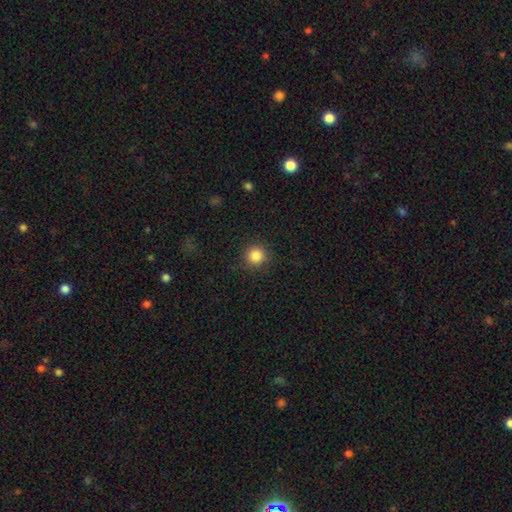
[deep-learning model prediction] smooth_or_featured: smooth (p=0.86) [alt: star or artifact p=0.10]
how_rounded: round (p=0.94) [alt: in between p=0.05]
merging: none (p=0.90) [alt: minor disturbance p=0.06]